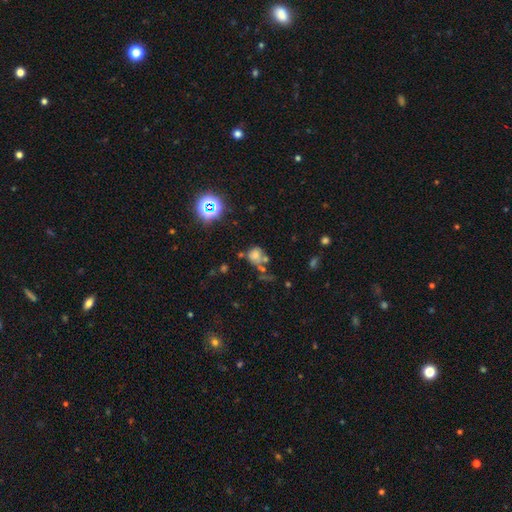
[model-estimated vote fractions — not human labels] A smooth galaxy with no disk features (62%) that is round (65%).

Vote fractions:
- Smooth or featured? smooth: 62% / star or artifact: 23% / featured or disk: 15%
- How rounded? round: 65% / in between: 34% / cigar-shaped: 1%
- Merging? none: 38% / merger: 29% / minor disturbance: 18% / major disturbance: 15%